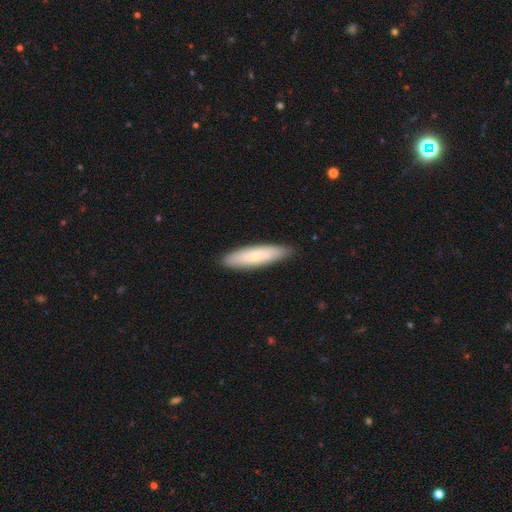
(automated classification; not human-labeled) A smooth galaxy with no disk features (62%) that is cigar-shaped (72%).

Vote fractions:
- Smooth or featured? smooth: 62% / featured or disk: 32% / star or artifact: 6%
- How rounded? cigar-shaped: 72% / in between: 26% / round: 2%
- Merging? none: 88% / minor disturbance: 9% / major disturbance: 2% / merger: 1%